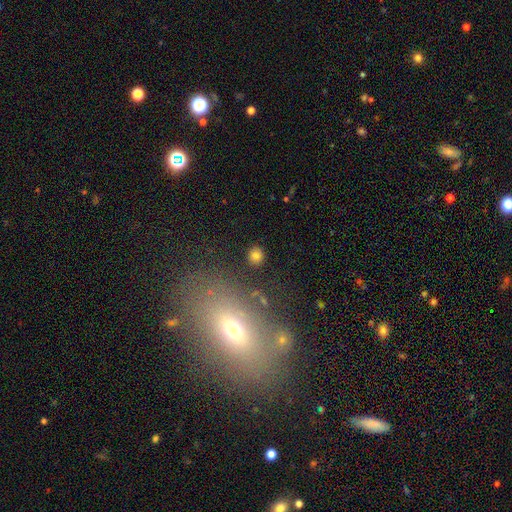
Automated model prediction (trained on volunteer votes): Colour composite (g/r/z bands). It shows a smooth galaxy with no disk features (79%) that is round (87%). Merging: none (88%).